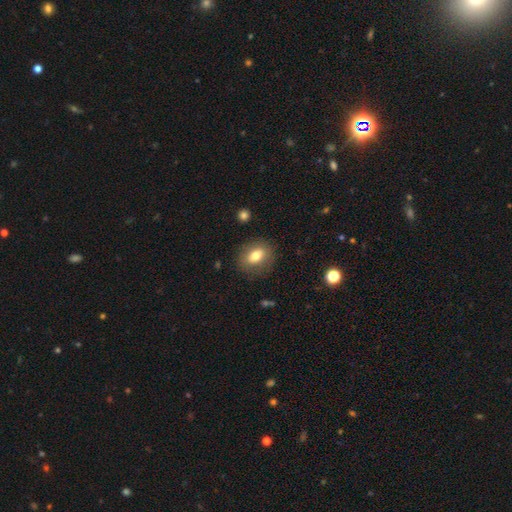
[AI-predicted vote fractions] smooth 74%, featured or disk 17%, star or artifact 9%. Down the decision tree: how rounded — in between (65%); merging — none (83%).